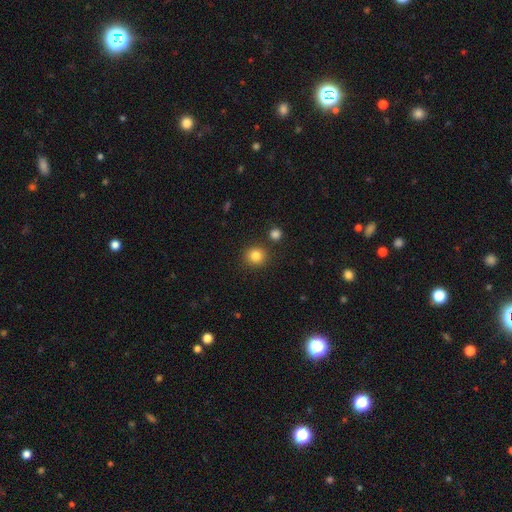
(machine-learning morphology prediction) smooth-or-featured: smooth: 83% | star or artifact: 12% | featured or disk: 6%
  how-rounded: round: 90% | in between: 9% | cigar-shaped: 1%
  merging: none: 86% | minor disturbance: 7% | merger: 5% | major disturbance: 2%